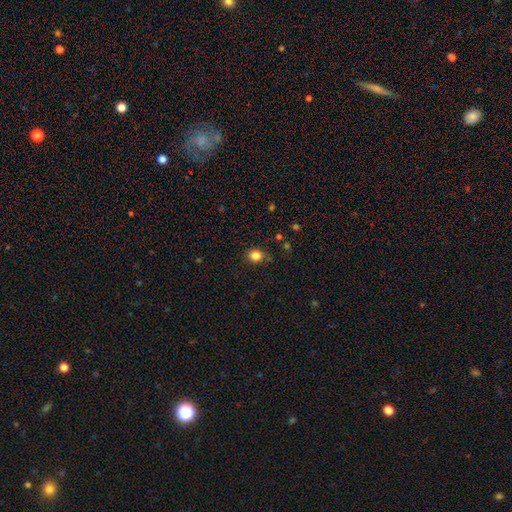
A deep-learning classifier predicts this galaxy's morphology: A smooth galaxy with no disk features (84%) that is round (68%).

Vote fractions:
- Smooth or featured? smooth: 84% / star or artifact: 12% / featured or disk: 5%
- How rounded? round: 68% / in between: 31% / cigar-shaped: 1%
- Merging? none: 84% / minor disturbance: 11% / major disturbance: 3% / merger: 2%